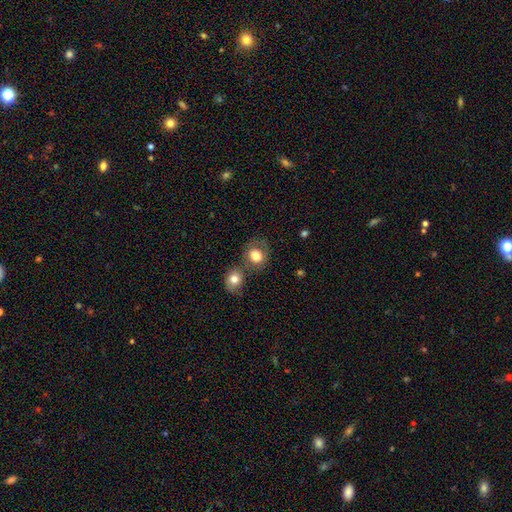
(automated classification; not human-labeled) The model was most divided on "merging": none: 51%, merger: 27%, minor disturbance: 15%, major disturbance: 8%. More confident: smooth or featured — smooth (77%); how rounded — round (72%).